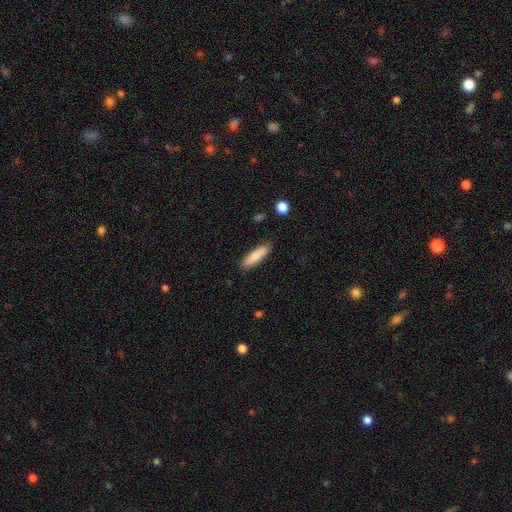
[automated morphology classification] Q: Smooth or featured?
A: smooth (80%); runner-up: featured or disk (14%)
Q: How rounded?
A: cigar-shaped (65%); runner-up: in between (34%)
Q: Merging?
A: none (85%); runner-up: minor disturbance (11%)